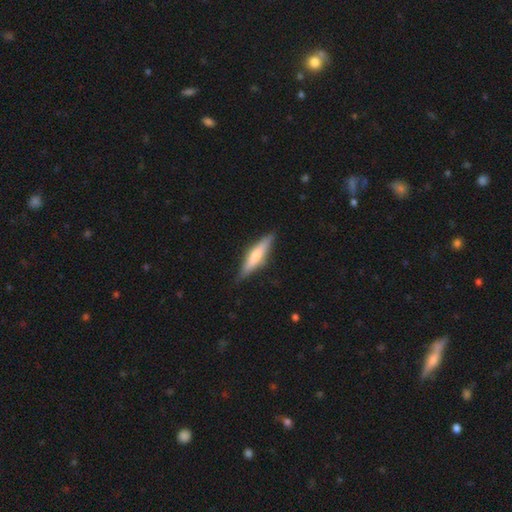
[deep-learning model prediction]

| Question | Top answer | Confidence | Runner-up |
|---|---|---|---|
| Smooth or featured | smooth | 51% | featured or disk (43%) |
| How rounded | cigar-shaped | 82% | in between (16%) |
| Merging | none | 84% | minor disturbance (13%) |